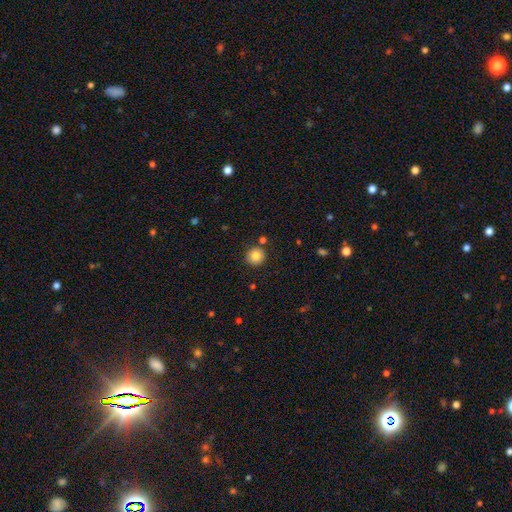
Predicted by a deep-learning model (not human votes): smooth 83%, star or artifact 10%, featured or disk 8%. Down the decision tree: how rounded — round (93%); merging — none (87%).